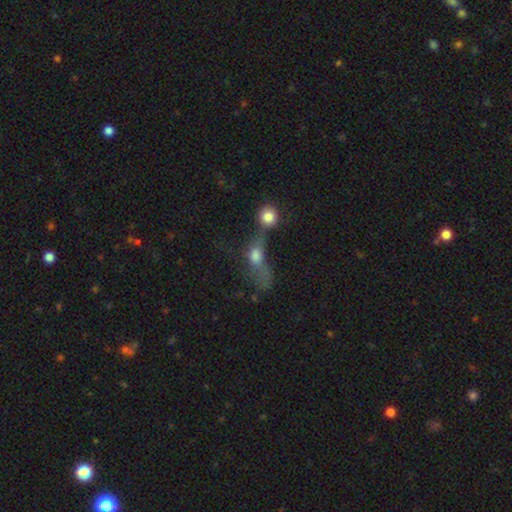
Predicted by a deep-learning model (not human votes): Smooth or featured?
  - smooth: 60% *
  - featured or disk: 25%
  - star or artifact: 15%
How rounded?
  - in between: 51% *
  - round: 36%
  - cigar-shaped: 13%
Merging?
  - merger: 52% *
  - major disturbance: 24%
  - none: 15%
  - minor disturbance: 8%